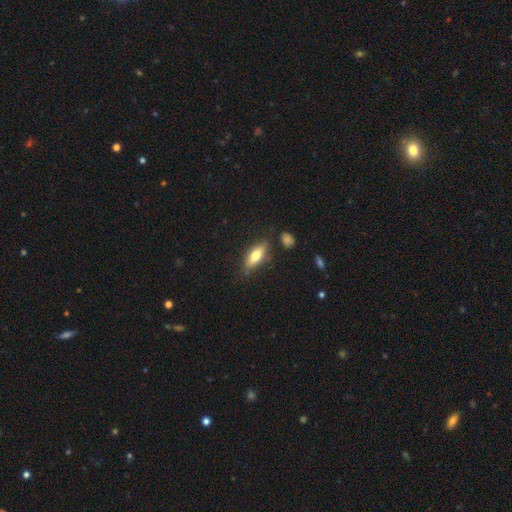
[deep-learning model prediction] smooth 65%, featured or disk 29%, star or artifact 6%. Down the decision tree: how rounded — in between (65%); merging — none (76%).